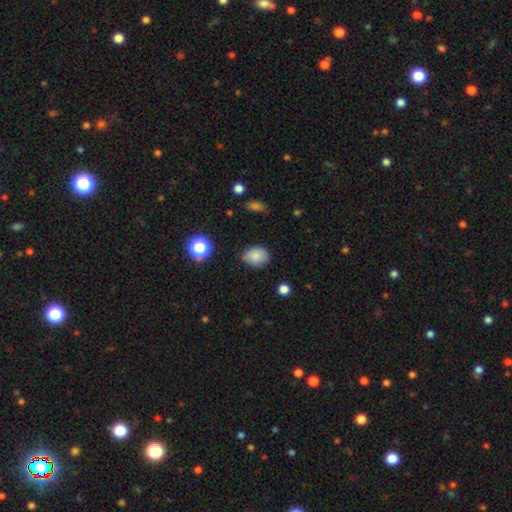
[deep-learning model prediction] Overall: smooth (83%). How rounded: in between (54%; round 45%). Merging: none (71%).